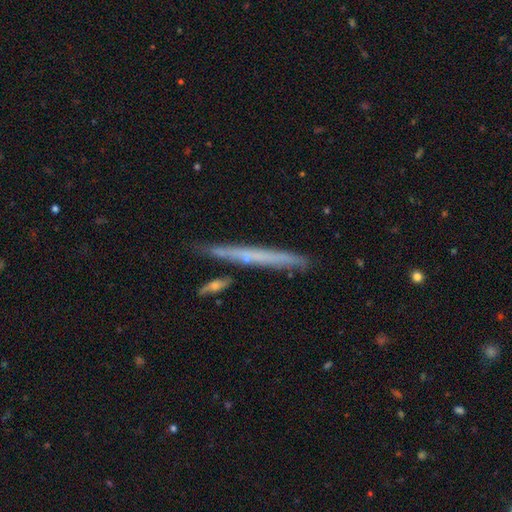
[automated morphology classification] Smooth or featured: featured or disk — 51% (smooth — 42%)
Edge-on disk: yes — 95% (no — 5%)
Merging: none — 82% (minor disturbance — 11%)